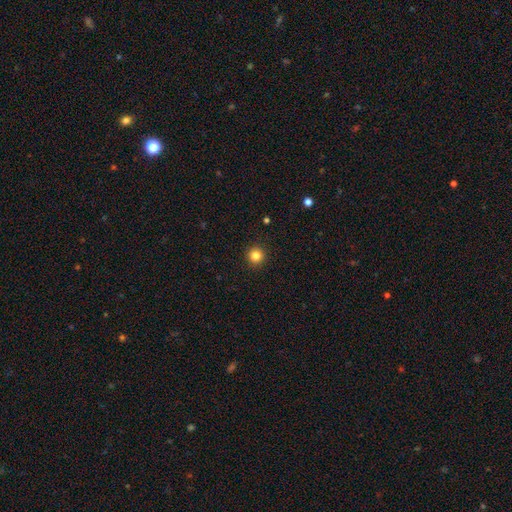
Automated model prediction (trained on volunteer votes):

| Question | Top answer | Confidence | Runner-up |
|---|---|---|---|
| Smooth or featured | smooth | 83% | star or artifact (12%) |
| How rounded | round | 96% | in between (3%) |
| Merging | none | 93% | minor disturbance (4%) |